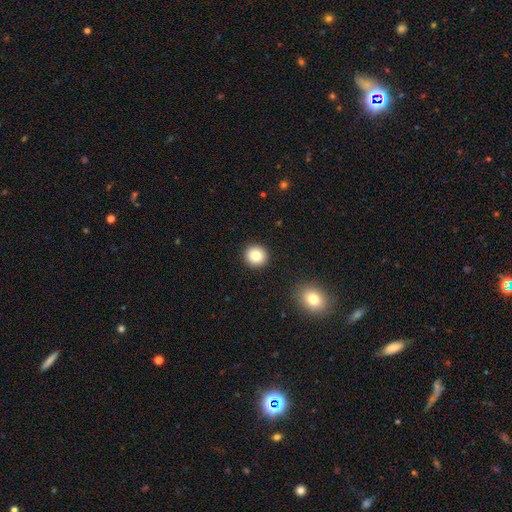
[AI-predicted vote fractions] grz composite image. It shows a smooth galaxy with no disk features (84%) that is round (93%). Merging: none (92%).